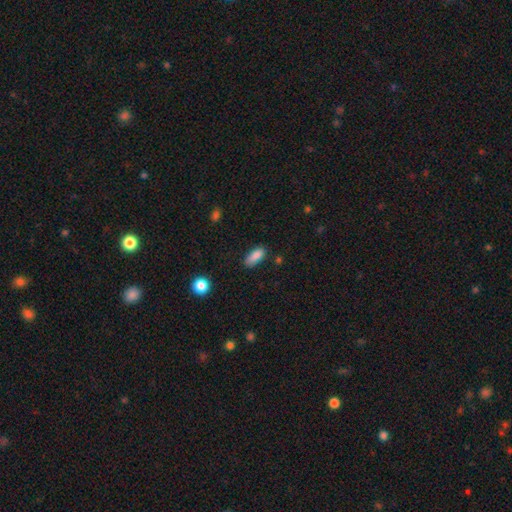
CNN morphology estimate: Overall: smooth (87%). How rounded: in between (83%). Merging: none (77%).